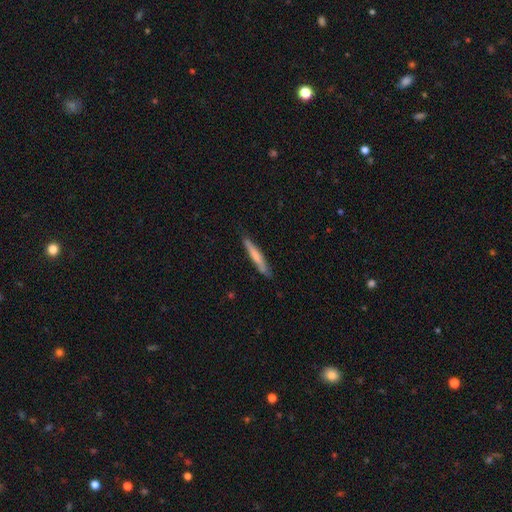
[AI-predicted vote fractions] smooth_or_featured: smooth (p=0.65) [alt: featured or disk p=0.29]
how_rounded: cigar-shaped (p=0.94) [alt: in between p=0.04]
merging: none (p=0.83) [alt: minor disturbance p=0.14]